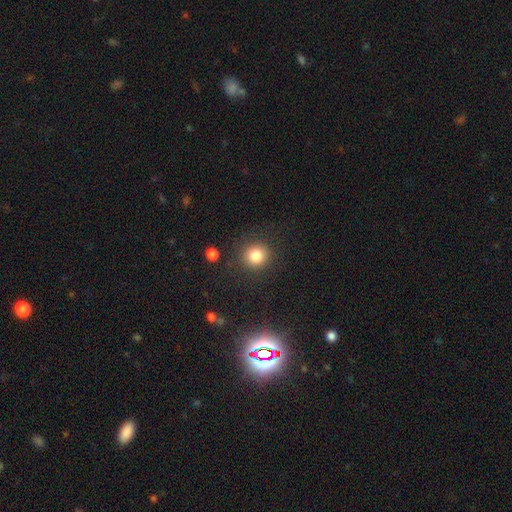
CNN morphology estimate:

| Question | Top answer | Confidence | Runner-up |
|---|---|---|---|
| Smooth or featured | smooth | 83% | star or artifact (12%) |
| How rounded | round | 91% | in between (8%) |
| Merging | none | 87% | minor disturbance (7%) |